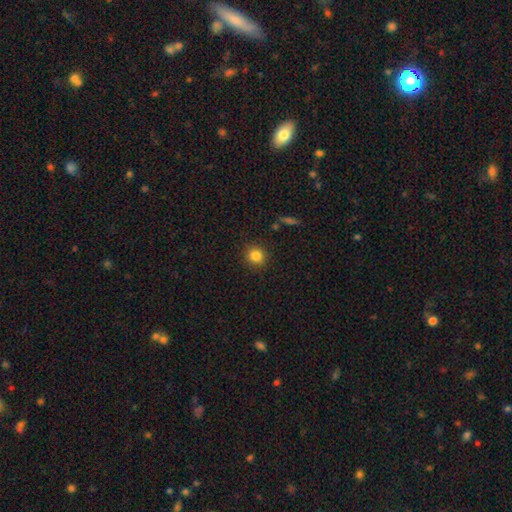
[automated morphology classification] A smooth galaxy with no disk features (84%) that is round (89%). Merging: none (90%).